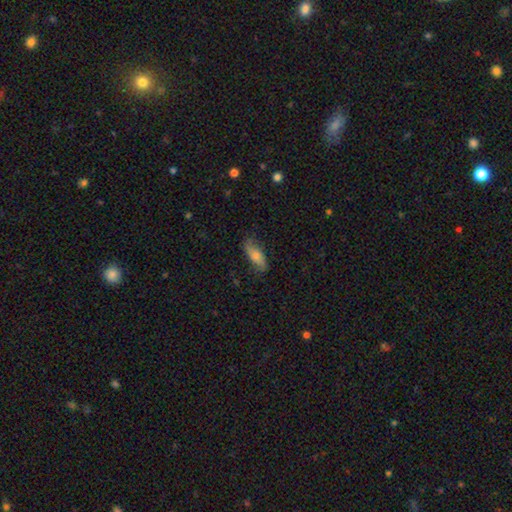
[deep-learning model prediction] This is likely a smooth galaxy (61%). How rounded: likely in between (72%). Merging: likely none (72%).